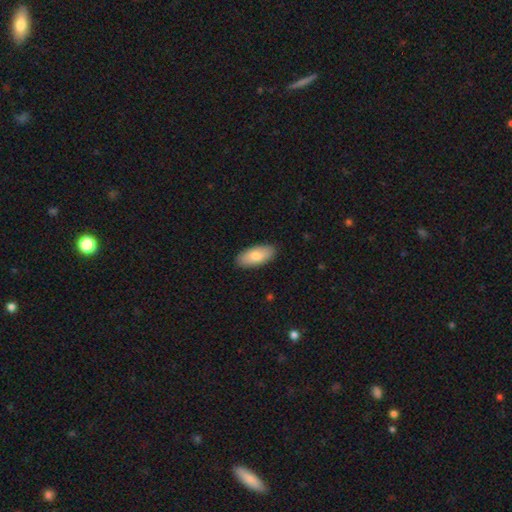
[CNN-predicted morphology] This is clearly a smooth galaxy (81%). How rounded: clearly in between (89%). Merging: clearly none (89%).